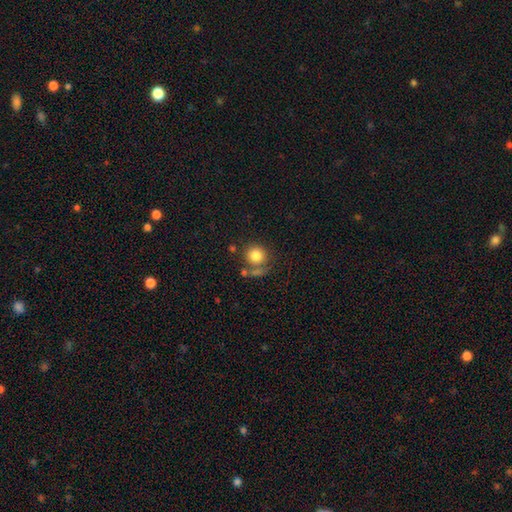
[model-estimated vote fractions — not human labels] The model was most divided on "merging": none: 63%, merger: 18%, minor disturbance: 12%, major disturbance: 7%. More confident: how rounded — round (90%); smooth or featured — smooth (82%).